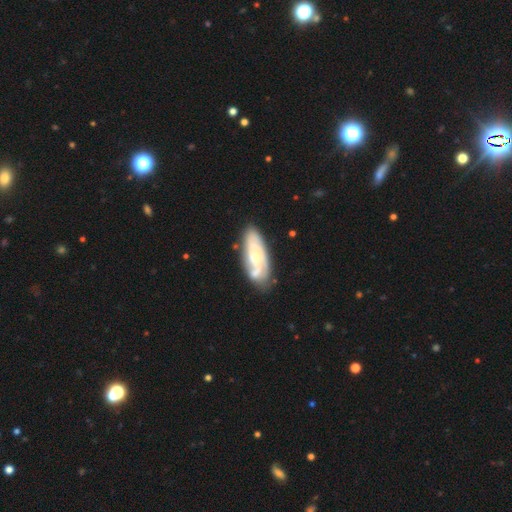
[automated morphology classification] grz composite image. It shows a featured or disk galaxy (71%) with no bar (68%), 2 (34%) tight (54%) spiral arms (91%) and a small central bulge (51%). Merging: none (71%).